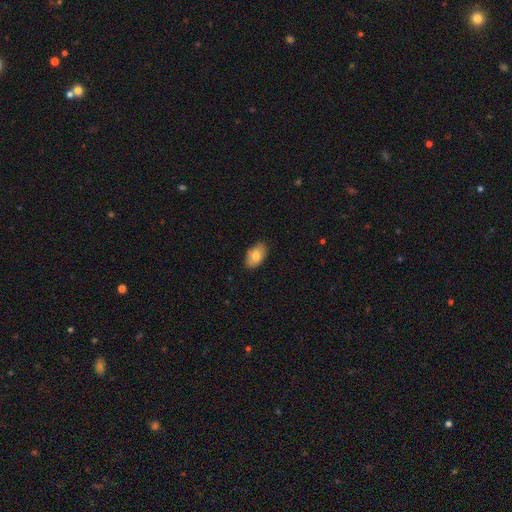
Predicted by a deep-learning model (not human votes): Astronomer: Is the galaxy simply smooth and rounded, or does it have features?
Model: smooth — 78%.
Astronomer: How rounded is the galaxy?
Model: in between — 93%.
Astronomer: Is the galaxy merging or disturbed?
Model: none — 85%.